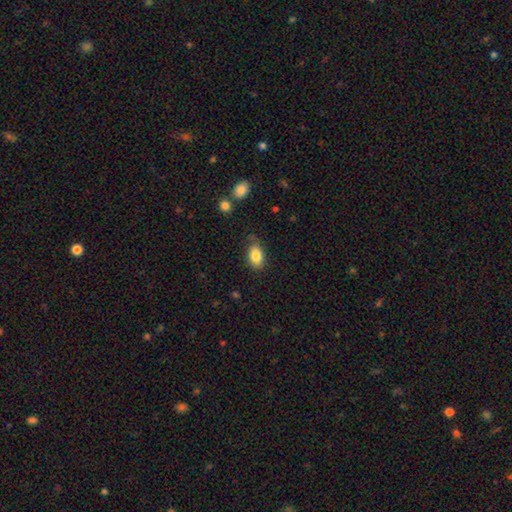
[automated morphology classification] Smooth or featured?
  - smooth: 85% *
  - star or artifact: 8%
  - featured or disk: 7%
How rounded?
  - in between: 89% *
  - round: 9%
  - cigar-shaped: 2%
Merging?
  - none: 71% *
  - minor disturbance: 21%
  - major disturbance: 5%
  - merger: 3%